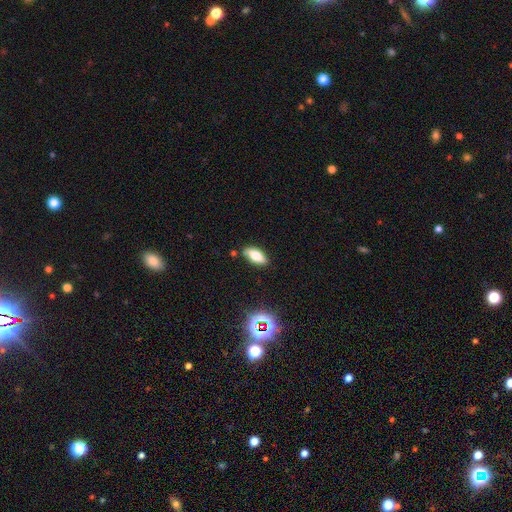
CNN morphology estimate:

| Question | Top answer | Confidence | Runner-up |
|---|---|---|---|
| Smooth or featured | smooth | 68% | featured or disk (22%) |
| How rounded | in between | 80% | cigar-shaped (17%) |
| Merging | none | 81% | minor disturbance (13%) |